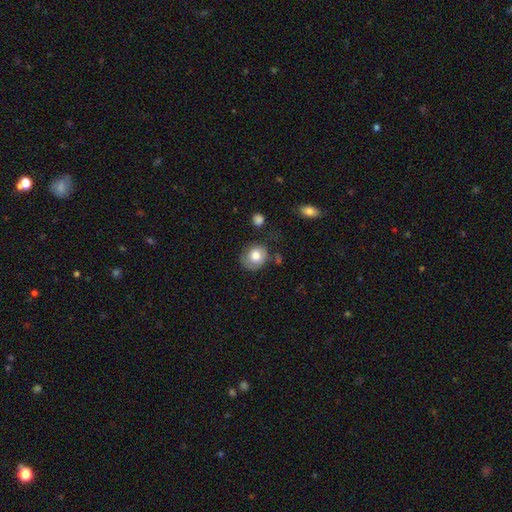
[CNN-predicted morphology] This is likely a smooth galaxy (76%). How rounded: likely round (71%). Merging: likely none (62%).